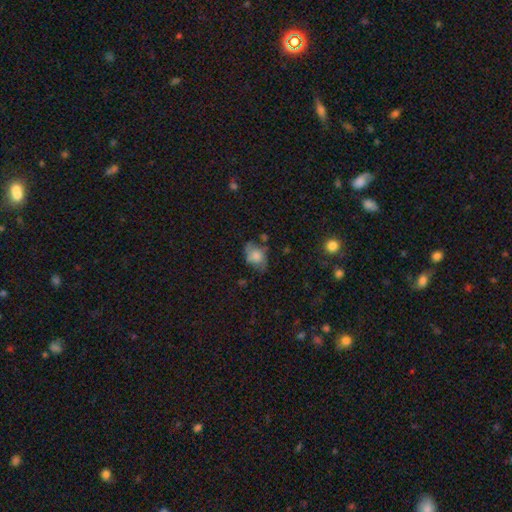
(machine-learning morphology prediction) Overall: smooth (63%; featured or disk 27%). How rounded: in between (79%). Merging: none (46%; minor disturbance 31%).